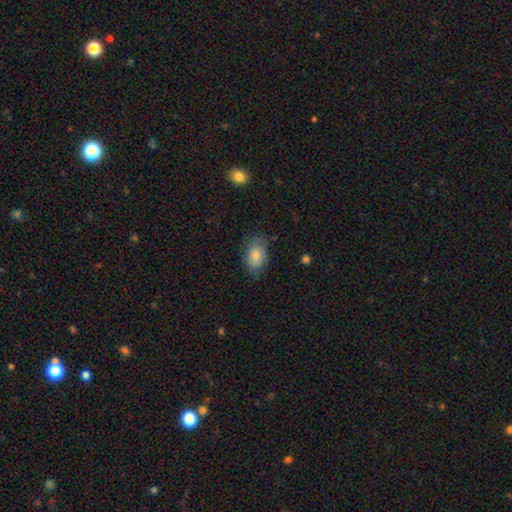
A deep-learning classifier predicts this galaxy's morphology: A smooth galaxy with no disk features (84%) that is in between round and cigar-shaped (88%). Merging: none (70%).